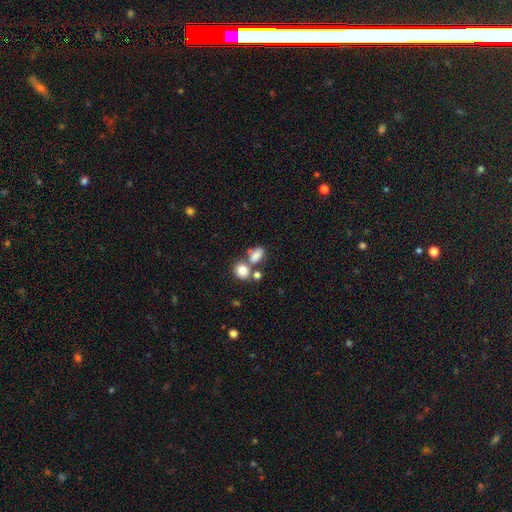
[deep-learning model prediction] A smooth galaxy with no disk features (80%) that is in between round and cigar-shaped (73%).

Vote fractions:
- Smooth or featured? smooth: 80% / star or artifact: 11% / featured or disk: 9%
- How rounded? in between: 73% / round: 25% / cigar-shaped: 2%
- Merging? none: 43% / merger: 38% / minor disturbance: 13% / major disturbance: 6%